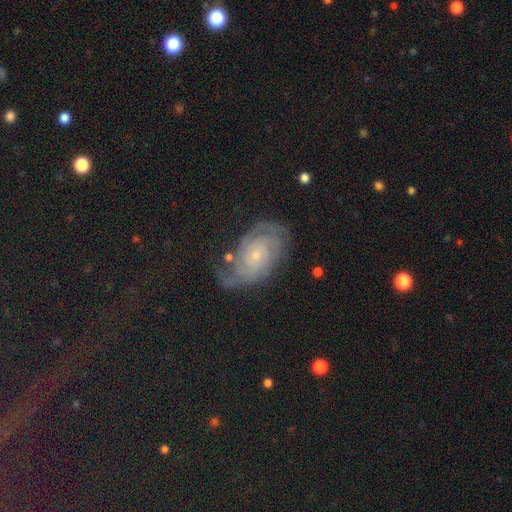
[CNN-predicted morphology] smooth_or_featured: featured or disk (p=0.69) [alt: star or artifact p=0.16]
disk_edge_on: no (p=0.97) [alt: yes p=0.03]
bar: no (p=0.66) [alt: weak p=0.28]
has_spiral_arms: yes (p=0.94) [alt: no p=0.06]
spiral_winding: tight (p=0.59) [alt: medium p=0.31]
spiral_arm_count: 2 (p=0.41) [alt: can't tell p=0.29]
bulge_size: small (p=0.74) [alt: moderate p=0.19]
merging: none (p=0.67) [alt: minor disturbance p=0.20]